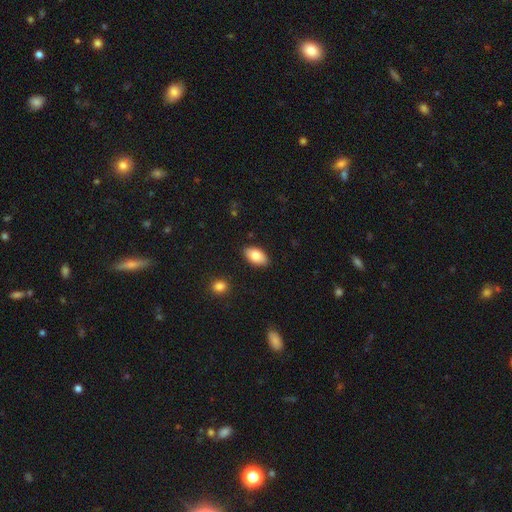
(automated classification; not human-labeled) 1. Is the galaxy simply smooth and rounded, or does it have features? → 81% smooth, 12% featured or disk, 7% star or artifact.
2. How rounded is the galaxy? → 93% in between, 5% round, 2% cigar-shaped.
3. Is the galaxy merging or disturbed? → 87% none, 10% minor disturbance, 2% major disturbance, 1% merger.